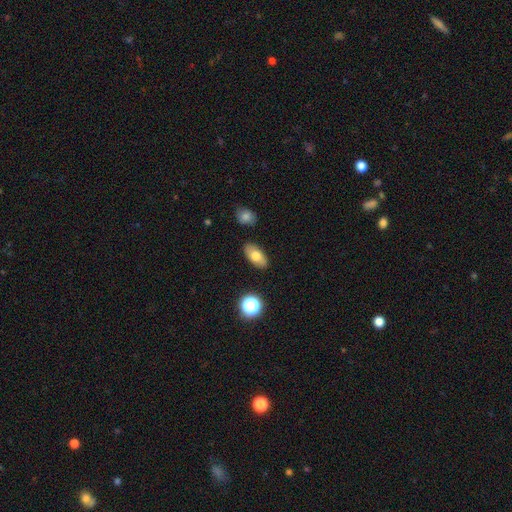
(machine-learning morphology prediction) Smooth or featured: smooth — 73% (featured or disk — 18%)
How rounded: in between — 90% (round — 6%)
Merging: none — 85% (minor disturbance — 10%)